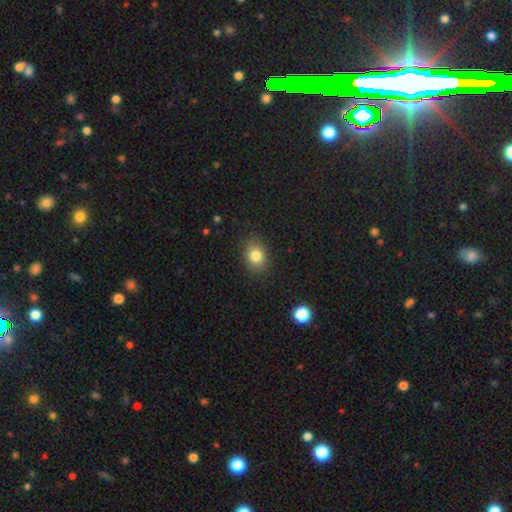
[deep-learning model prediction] Smooth or featured? smooth (82%)
How rounded? in between (59%)
Merging? none (85%)